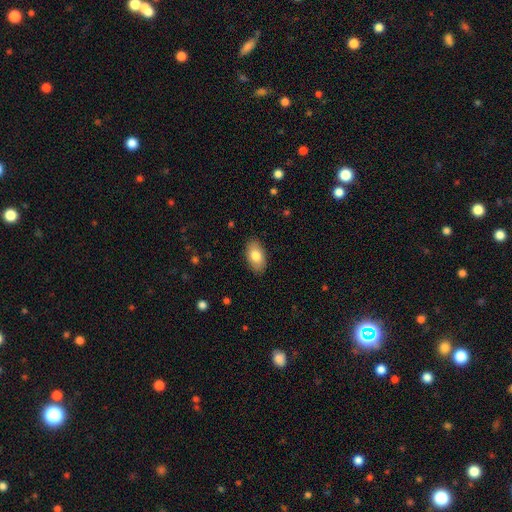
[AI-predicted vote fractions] smooth 79%, featured or disk 14%, star or artifact 6%. Down the decision tree: how rounded — in between (94%); merging — none (87%).